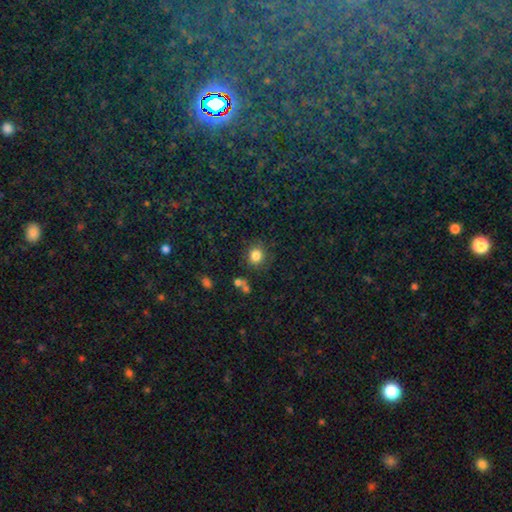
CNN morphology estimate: Smooth or featured: smooth — 82% (star or artifact — 12%)
How rounded: round — 82% (in between — 17%)
Merging: none — 81% (minor disturbance — 11%)